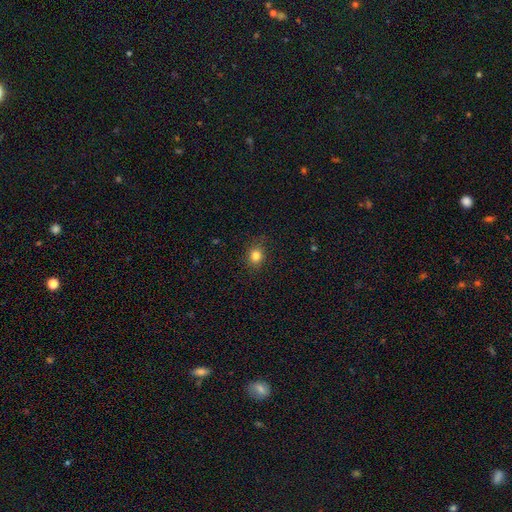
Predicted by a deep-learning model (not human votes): Q: Smooth or featured?
A: smooth (81%); runner-up: star or artifact (13%)
Q: How rounded?
A: round (72%); runner-up: in between (27%)
Q: Merging?
A: none (85%); runner-up: minor disturbance (11%)